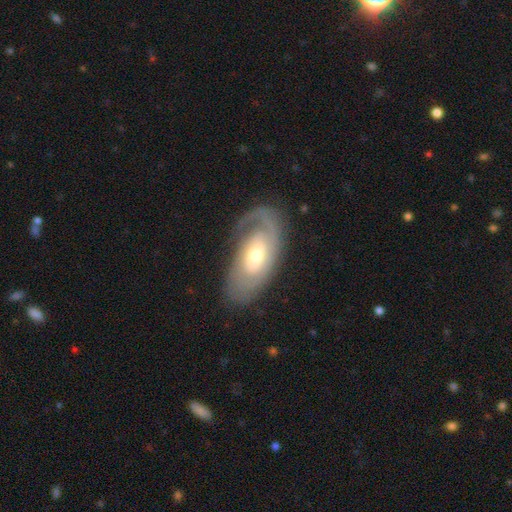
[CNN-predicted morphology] smooth-or-featured: featured or disk: 70% | smooth: 25% | star or artifact: 5%
  disk-edge-on: no: 92% | yes: 8%
    bar: no: 71% | weak: 22% | strong: 7%
    has-spiral-arms: yes: 75% | no: 25%
    bulge-size: moderate: 52% | small: 37% | large: 8% | dominant: 1% | none: 1%
  merging: none: 72% | minor disturbance: 16% | major disturbance: 10% | merger: 2%